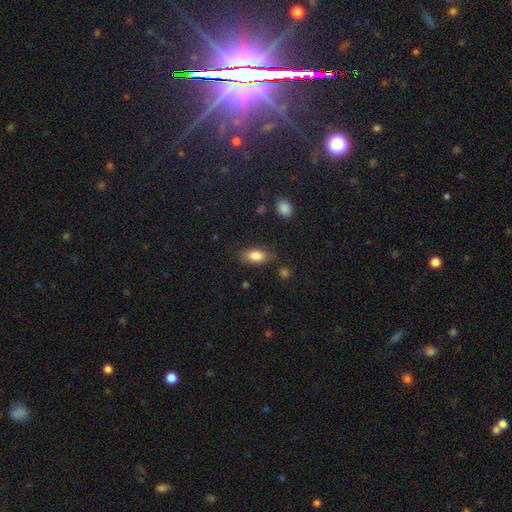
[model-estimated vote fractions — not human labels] A smooth galaxy with no disk features (85%) that is in between round and cigar-shaped (88%).

Vote fractions:
- Smooth or featured? smooth: 85% / star or artifact: 8% / featured or disk: 7%
- How rounded? in between: 88% / cigar-shaped: 7% / round: 5%
- Merging? none: 76% / minor disturbance: 17% / major disturbance: 5% / merger: 2%